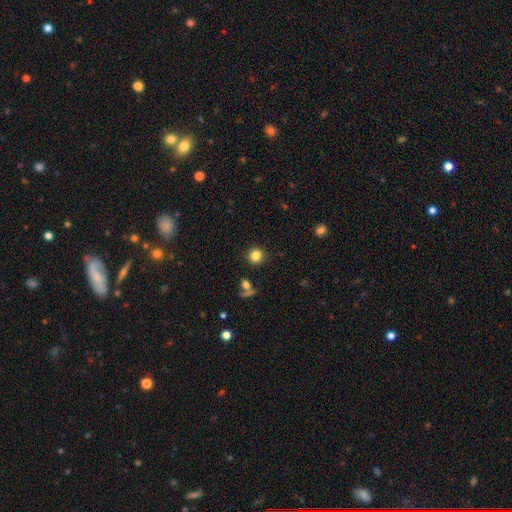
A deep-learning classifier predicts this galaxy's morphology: smooth-or-featured: smooth: 82% | star or artifact: 12% | featured or disk: 6%
  how-rounded: round: 90% | in between: 9% | cigar-shaped: 1%
  merging: none: 88% | minor disturbance: 7% | merger: 3% | major disturbance: 2%